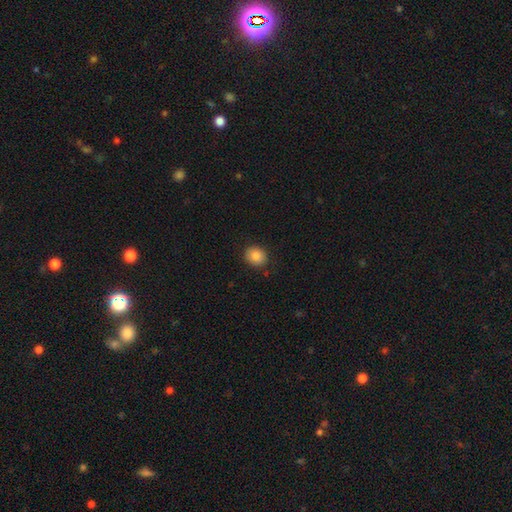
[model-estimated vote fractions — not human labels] The model was most divided on "how rounded": round: 71%, in between: 28%, cigar-shaped: 1%. More confident: merging — none (87%); smooth or featured — smooth (86%).